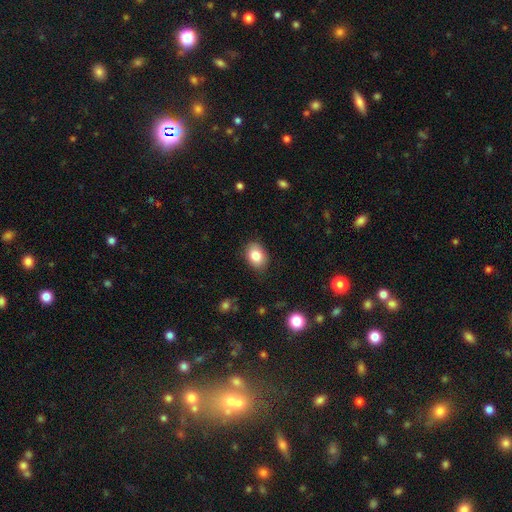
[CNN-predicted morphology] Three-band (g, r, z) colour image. It shows a smooth galaxy with no disk features (84%) that is in between round and cigar-shaped (72%). Merging: none (85%).